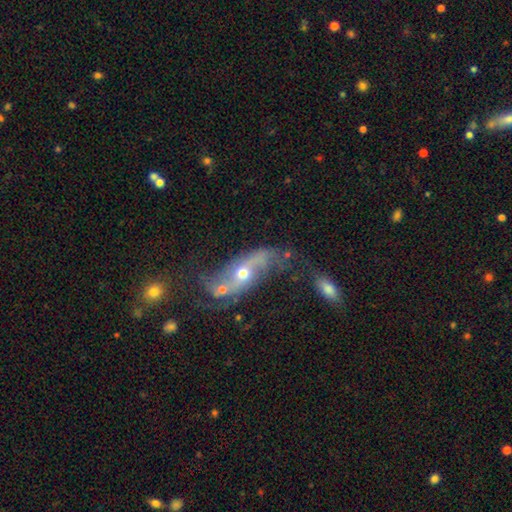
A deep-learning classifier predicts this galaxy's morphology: Overall: featured or disk (67%). Edge-on disk: no (83%). Bar: no (66%). Spiral arms: yes (74%). Bulge size: moderate (61%; small 30%). Merging: none (38%; merger 28%).